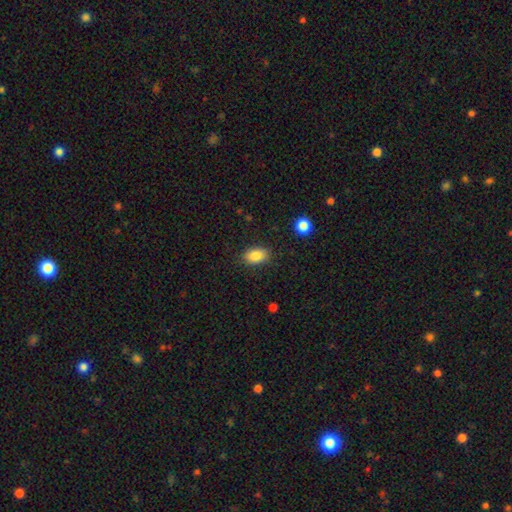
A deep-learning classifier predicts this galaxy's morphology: smooth 86%, star or artifact 8%, featured or disk 6%. Down the decision tree: how rounded — in between (87%); merging — none (85%).